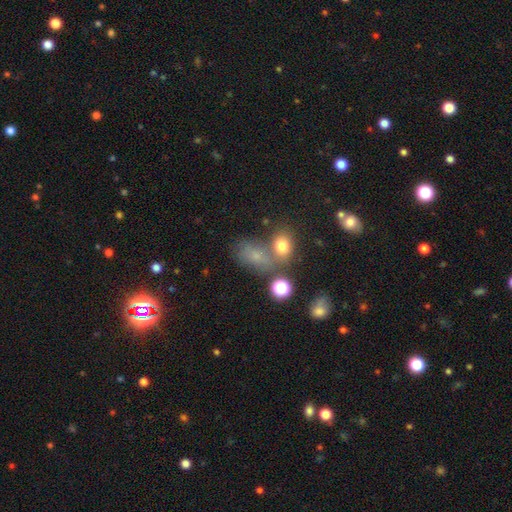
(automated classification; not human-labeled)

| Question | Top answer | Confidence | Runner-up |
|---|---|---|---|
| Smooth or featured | smooth | 65% | star or artifact (21%) |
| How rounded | in between | 72% | round (25%) |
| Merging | none | 44% | merger (31%) |